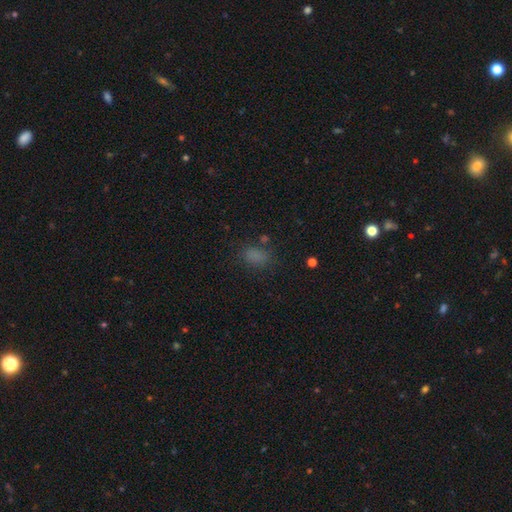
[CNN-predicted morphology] This is likely a smooth galaxy (76%). How rounded: clearly in between (80%). Merging: likely none (73%).